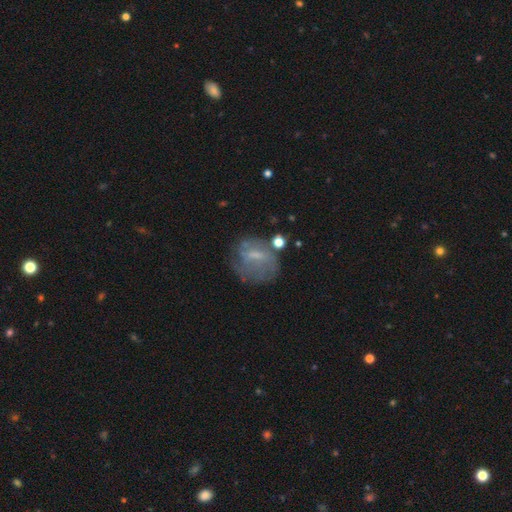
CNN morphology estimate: This is possibly a featured or disk galaxy (49%). Merging: possibly none (50%).